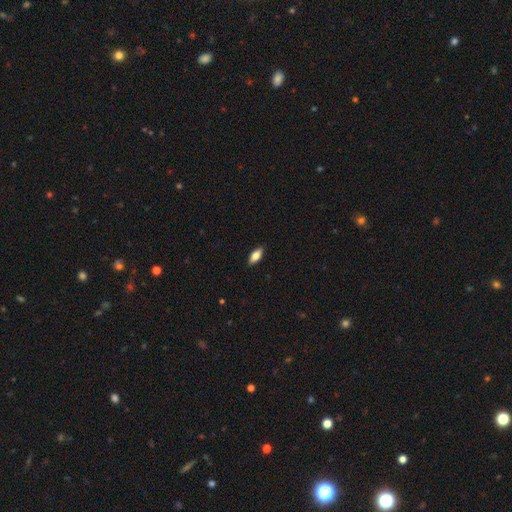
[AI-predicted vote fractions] Overall: smooth (72%). How rounded: in between (80%). Merging: none (89%).